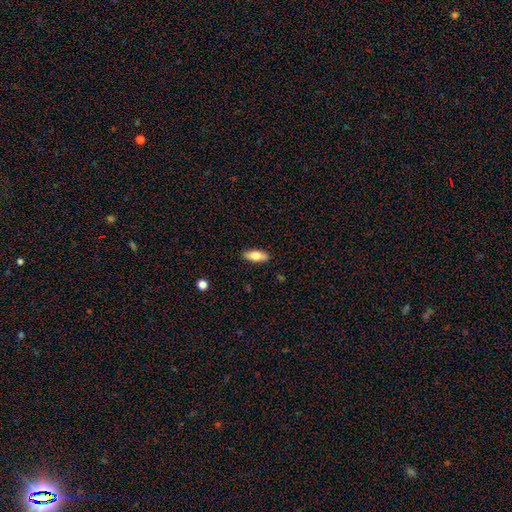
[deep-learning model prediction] Morphology: type=smooth (74%); roundness=in between (79%); merging=none (88%).